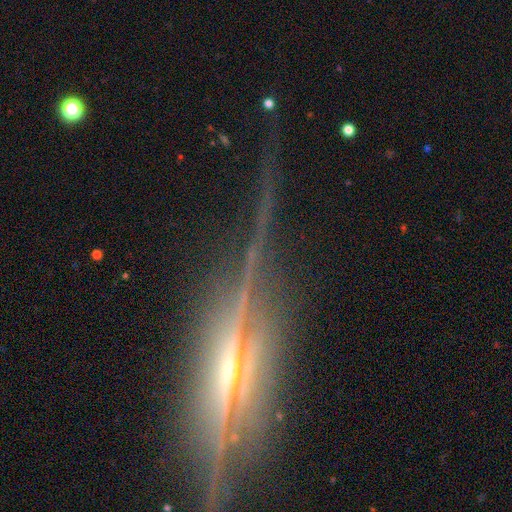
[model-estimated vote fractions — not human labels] Morphology: type=featured or disk (66%); edge-on=yes (90%); edge-on bulge=rounded (63%); merging=none (73%).